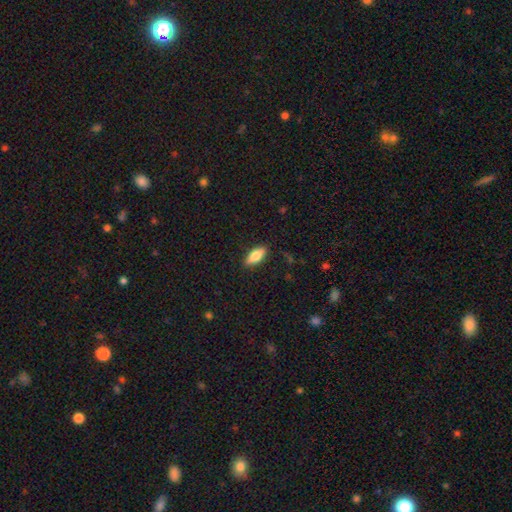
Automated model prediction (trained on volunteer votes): Smooth or featured? Predicted: smooth (p=0.76). How rounded? Predicted: in between (p=0.76). Merging? Predicted: none (p=0.88).